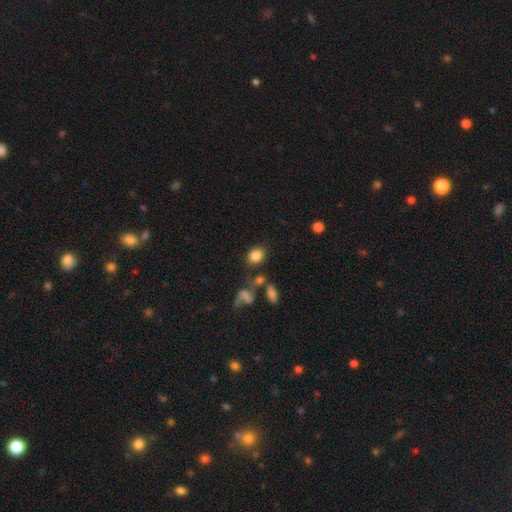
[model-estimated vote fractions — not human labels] Overall: smooth (82%). How rounded: in between (57%; round 42%). Merging: none (69%).